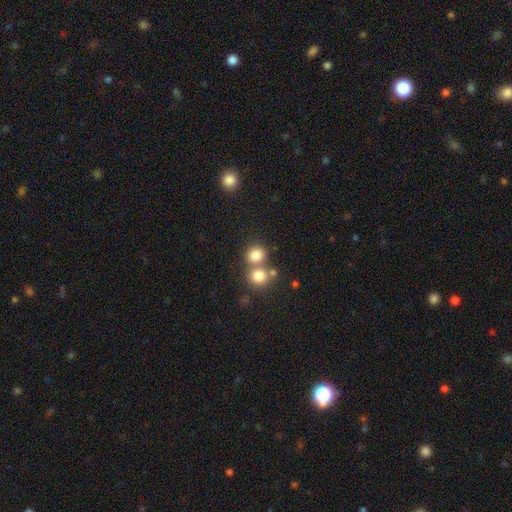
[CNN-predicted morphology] Smooth or featured? Predicted: smooth (p=0.80). How rounded? Predicted: round (p=0.79). Merging? Predicted: none (p=0.51).